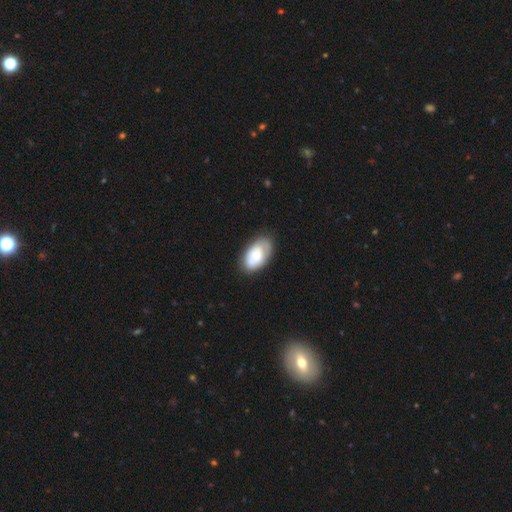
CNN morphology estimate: This is possibly a smooth galaxy (60%). How rounded: clearly in between (93%). Merging: likely none (71%).